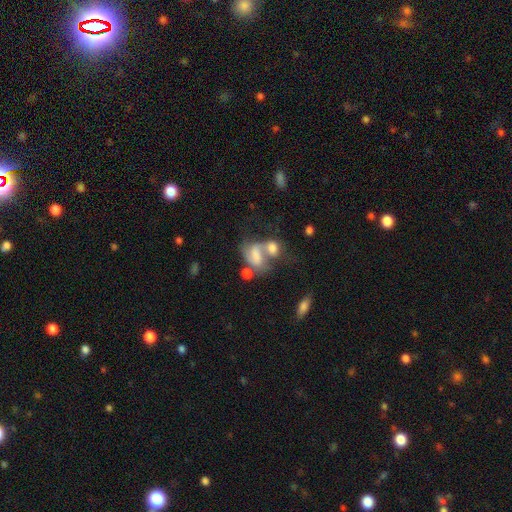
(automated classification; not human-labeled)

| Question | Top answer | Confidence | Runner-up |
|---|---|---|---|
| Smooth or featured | smooth | 51% | featured or disk (38%) |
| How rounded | in between | 80% | round (17%) |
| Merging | merger | 58% | none (17%) |